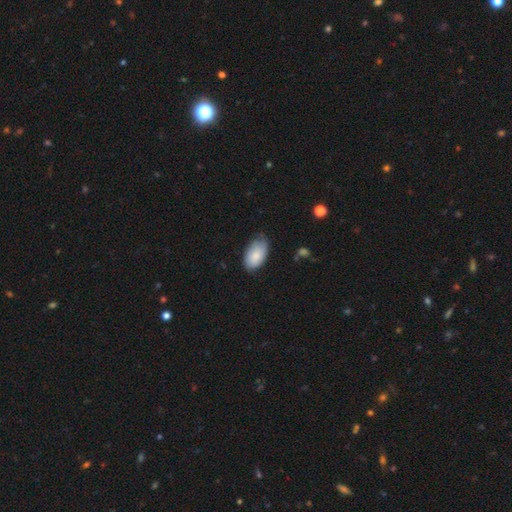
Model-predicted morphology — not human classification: Smooth or featured?
  - smooth: 84% *
  - featured or disk: 10%
  - star or artifact: 6%
How rounded?
  - in between: 95% *
  - round: 4%
  - cigar-shaped: 1%
Merging?
  - none: 65% *
  - minor disturbance: 29%
  - major disturbance: 4%
  - merger: 1%